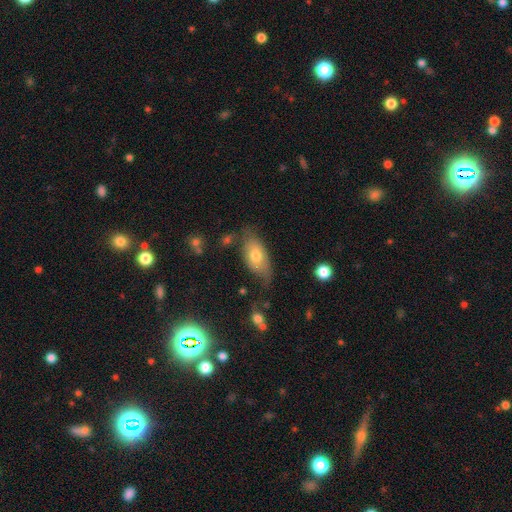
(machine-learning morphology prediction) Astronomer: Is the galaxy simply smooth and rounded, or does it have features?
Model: smooth — 65%.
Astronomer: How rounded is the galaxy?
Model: in between — 90%.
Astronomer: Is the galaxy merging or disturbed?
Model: none — 55%.